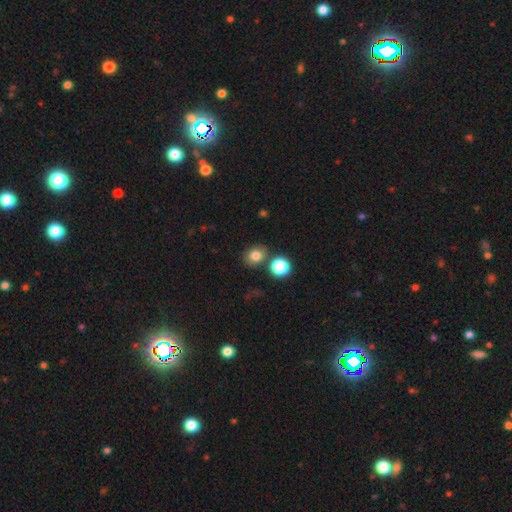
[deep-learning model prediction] Smooth or featured: smooth — 80% (star or artifact — 13%)
How rounded: round — 57% (in between — 42%)
Merging: none — 75% (merger — 12%)